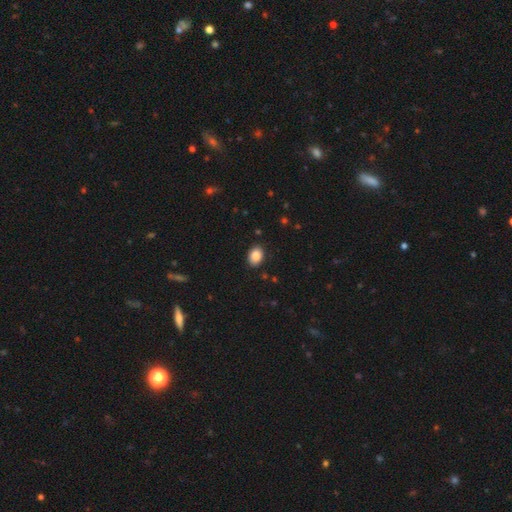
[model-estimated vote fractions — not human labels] Q: Smooth or featured?
A: smooth (87%); runner-up: star or artifact (8%)
Q: How rounded?
A: in between (76%); runner-up: round (23%)
Q: Merging?
A: none (89%); runner-up: minor disturbance (8%)